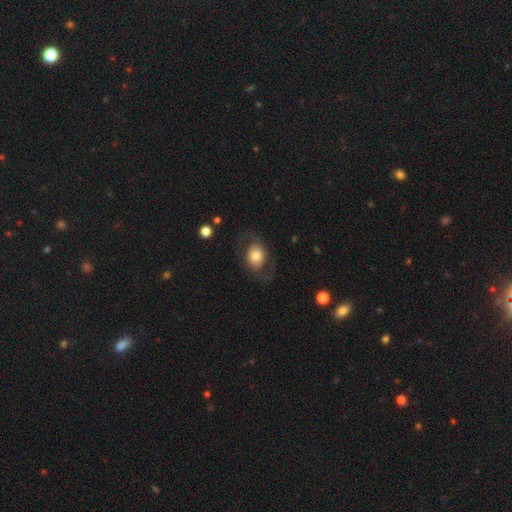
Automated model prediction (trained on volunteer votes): Overall: smooth (52%; featured or disk 41%). How rounded: in between (50%; round 49%). Merging: none (69%).